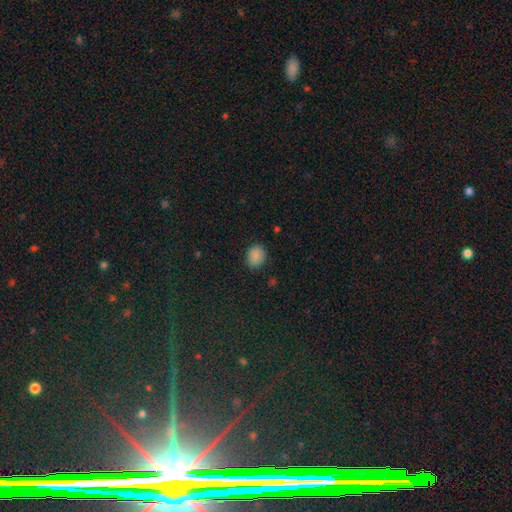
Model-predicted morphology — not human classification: smooth-or-featured: smooth: 86% | star or artifact: 9% | featured or disk: 5%
  how-rounded: round: 51% | in between: 49% | cigar-shaped: 1%
  merging: none: 82% | minor disturbance: 14% | major disturbance: 3% | merger: 1%